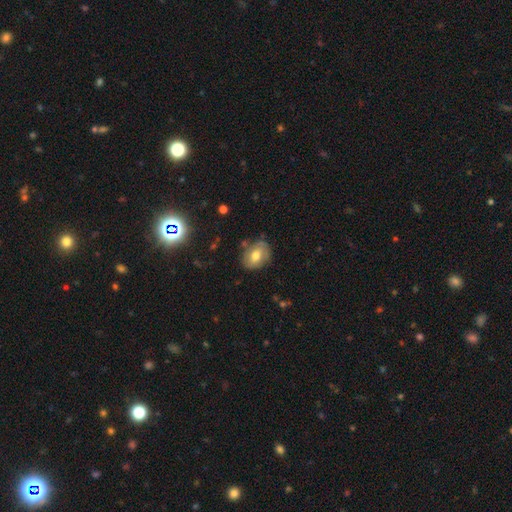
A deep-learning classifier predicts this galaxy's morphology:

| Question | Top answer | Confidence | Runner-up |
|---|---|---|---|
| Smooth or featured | smooth | 64% | featured or disk (26%) |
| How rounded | in between | 63% | round (36%) |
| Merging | none | 73% | minor disturbance (20%) |